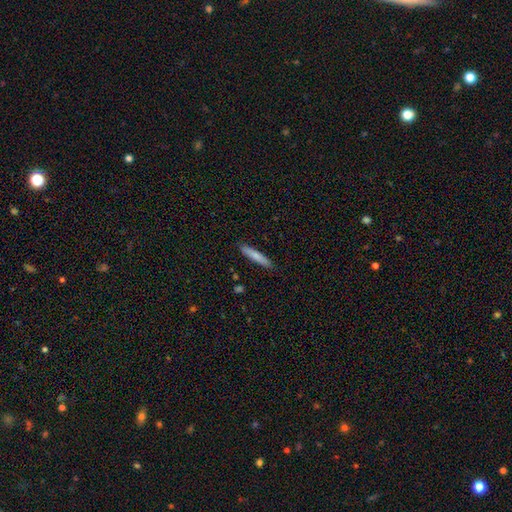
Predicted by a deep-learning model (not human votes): A smooth galaxy with no disk features (77%) that is cigar-shaped (91%). Merging: none (90%).